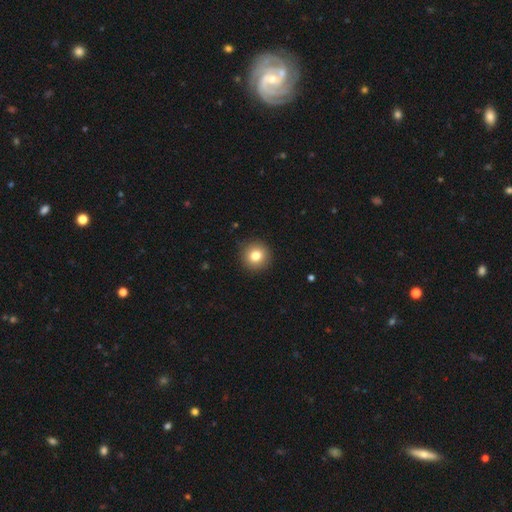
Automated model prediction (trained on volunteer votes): A smooth galaxy with no disk features (80%) that is round (95%).

Vote fractions:
- Smooth or featured? smooth: 80% / star or artifact: 11% / featured or disk: 10%
- How rounded? round: 95% / in between: 4% / cigar-shaped: 1%
- Merging? none: 92% / minor disturbance: 6% / major disturbance: 2% / merger: 1%